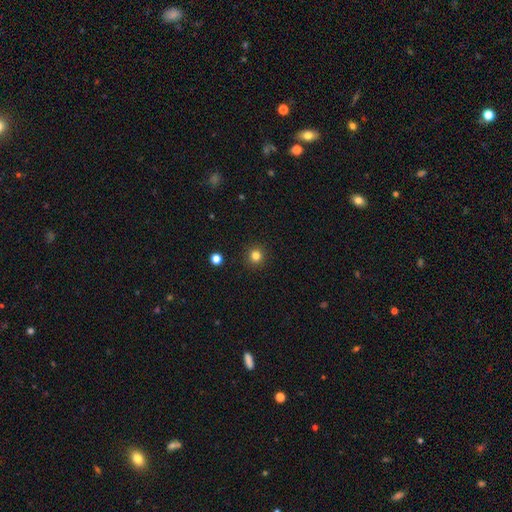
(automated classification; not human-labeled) Smooth or featured? Predicted: smooth (p=0.81). How rounded? Predicted: round (p=0.94). Merging? Predicted: none (p=0.92).